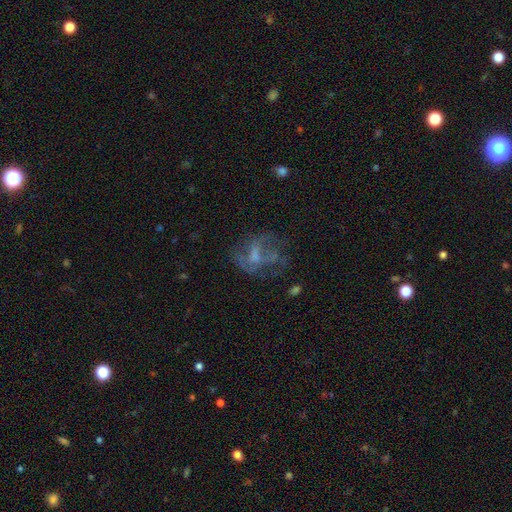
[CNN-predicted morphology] type=featured or disk (60%); edge-on=no (97%); bar=no (61%); spiral arms=no (56%); bulge=none (35%); merging=none (42%).